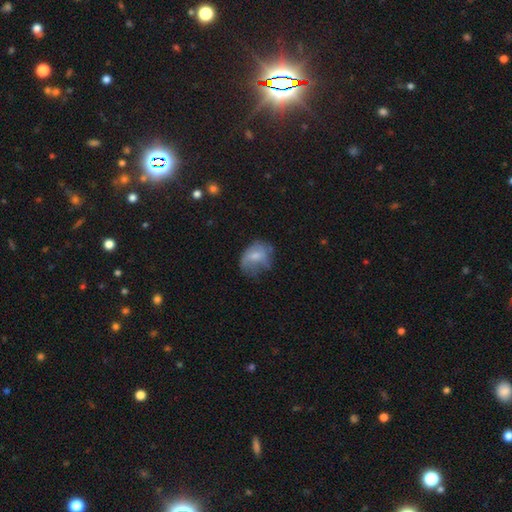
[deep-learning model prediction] The model was most divided on "merging": none: 37%, minor disturbance: 33%, major disturbance: 28%, merger: 2%. More confident: how rounded — in between (64%); smooth or featured — smooth (60%).